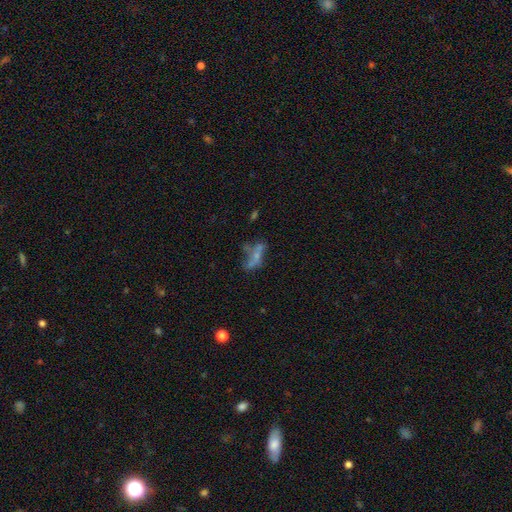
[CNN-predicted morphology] This is marginally a featured or disk galaxy (42%). Merging: marginally none (32%).